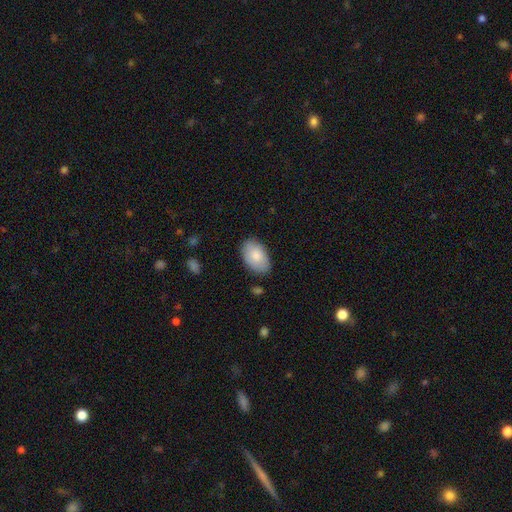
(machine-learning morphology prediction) smooth 82%, featured or disk 13%, star or artifact 6%. Down the decision tree: how rounded — in between (93%); merging — none (82%).